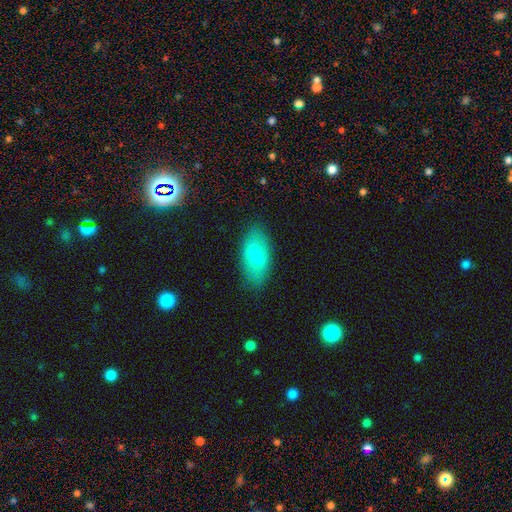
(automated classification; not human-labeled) Smooth or featured? smooth (82%)
How rounded? in between (90%)
Merging? none (84%)